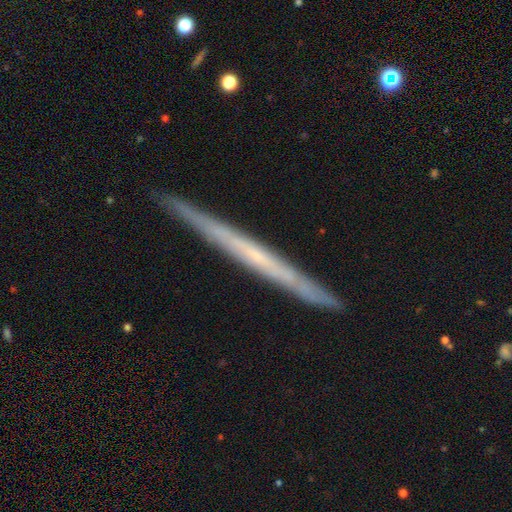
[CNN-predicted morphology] smooth_or_featured: featured or disk (p=0.68) [alt: smooth p=0.26]
disk_edge_on: yes (p=0.96) [alt: no p=0.04]
edge_on_bulge: none (p=0.82) [alt: rounded p=0.14]
merging: none (p=0.90) [alt: minor disturbance p=0.08]